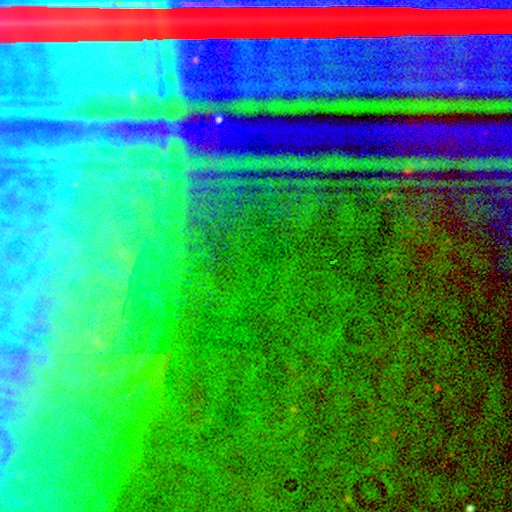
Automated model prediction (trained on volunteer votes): Morphology: type=star or artifact (68%).